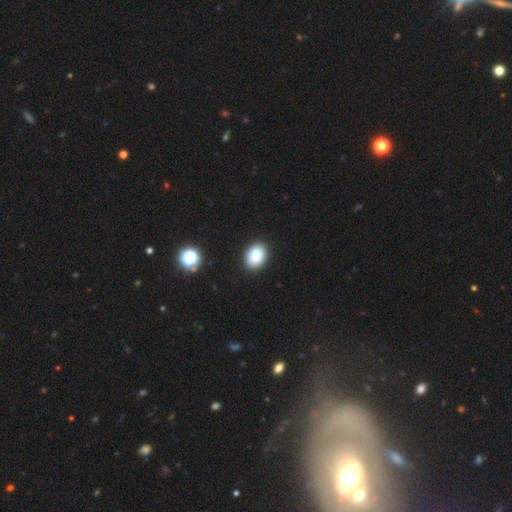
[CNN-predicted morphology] The model was most divided on "how rounded": in between: 69%, round: 31%, cigar-shaped: 1%. More confident: merging — none (90%); smooth or featured — smooth (84%).